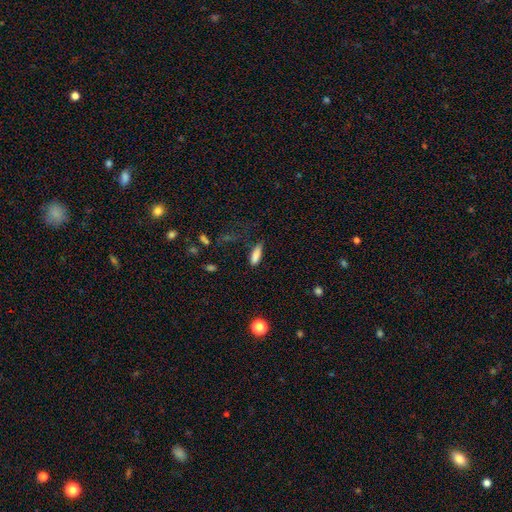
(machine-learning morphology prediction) This is clearly a smooth galaxy (84%). How rounded: possibly in between (50%). Merging: likely none (71%).